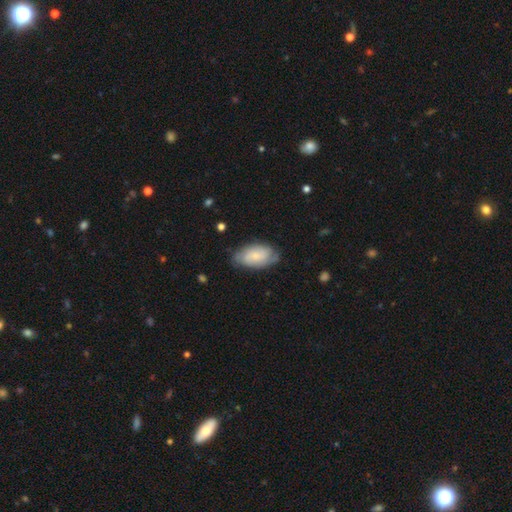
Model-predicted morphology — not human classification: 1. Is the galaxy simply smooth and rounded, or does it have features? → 49% smooth, 44% featured or disk, 7% star or artifact.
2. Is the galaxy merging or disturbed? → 69% none, 23% minor disturbance, 6% major disturbance, 1% merger.